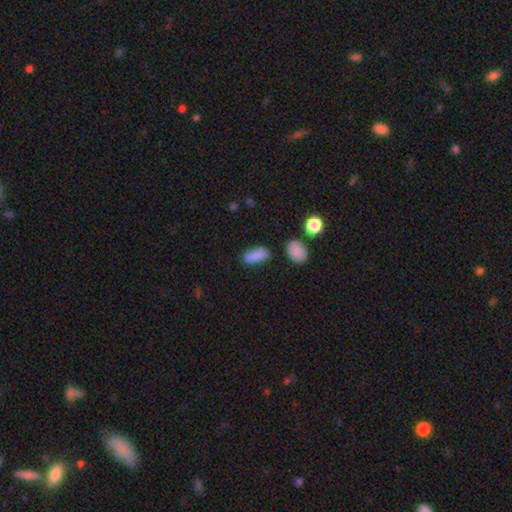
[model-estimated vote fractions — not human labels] Morphology: type=smooth (86%); roundness=in between (81%); merging=none (73%).